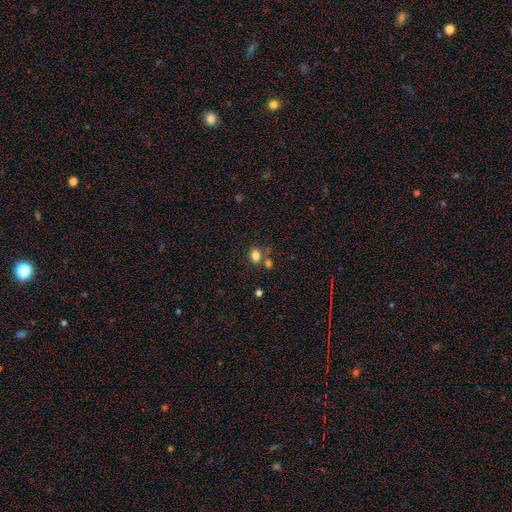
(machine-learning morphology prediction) The model was most divided on "how rounded": in between: 60%, round: 39%, cigar-shaped: 1%. More confident: smooth or featured — smooth (81%); merging — none (62%).